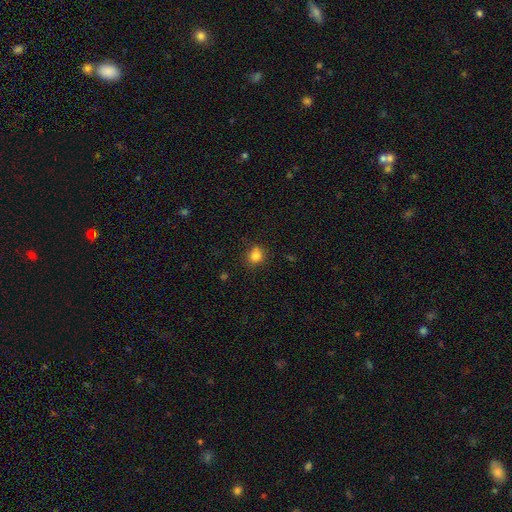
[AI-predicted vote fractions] Smooth or featured? smooth (82%)
How rounded? round (80%)
Merging? none (77%)